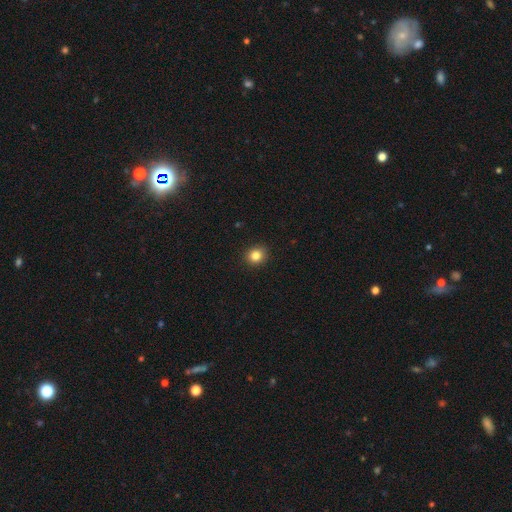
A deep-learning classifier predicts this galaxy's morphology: Smooth or featured? Predicted: smooth (p=0.84). How rounded? Predicted: round (p=0.84). Merging? Predicted: none (p=0.92).